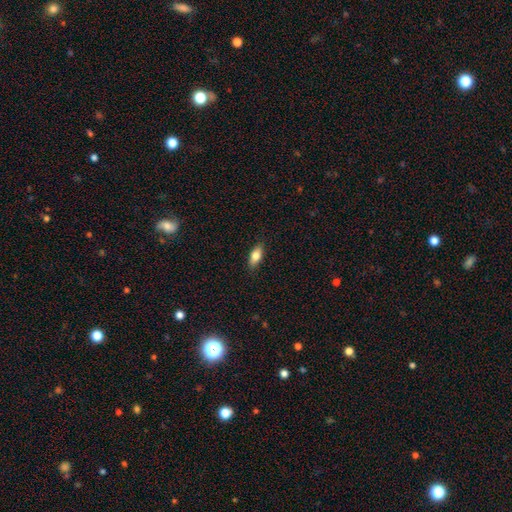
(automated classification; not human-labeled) Overall: smooth (78%). How rounded: in between (82%). Merging: none (87%).